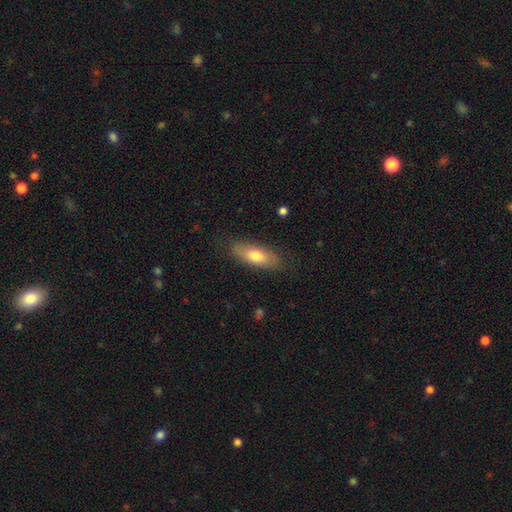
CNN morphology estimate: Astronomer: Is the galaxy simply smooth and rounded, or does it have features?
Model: smooth — 70%.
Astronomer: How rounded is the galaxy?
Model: in between — 71%.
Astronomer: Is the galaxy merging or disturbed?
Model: none — 83%.